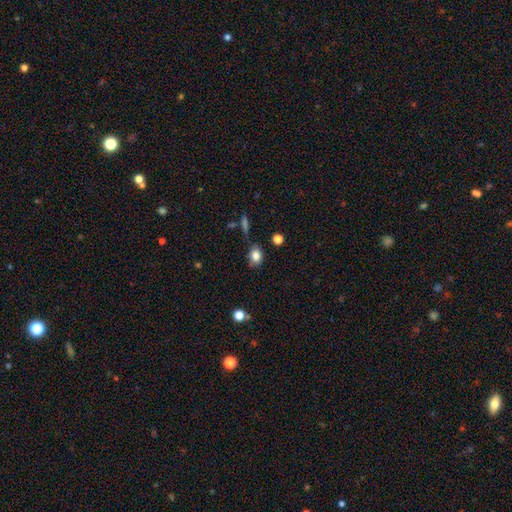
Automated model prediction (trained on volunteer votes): Morphology: type=smooth (83%); roundness=in between (61%); merging=none (69%).